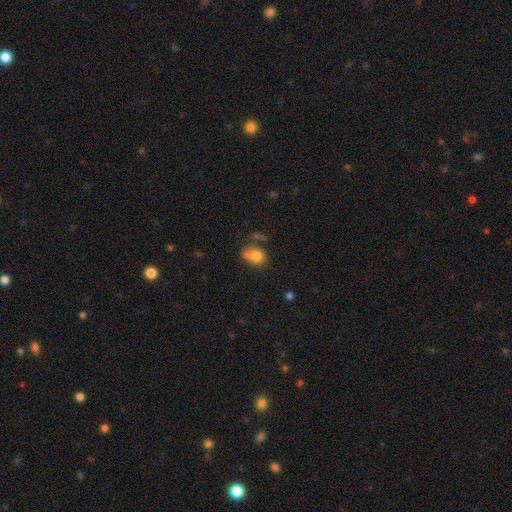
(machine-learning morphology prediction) Smooth or featured? Predicted: smooth (p=0.77). How rounded? Predicted: in between (p=0.64). Merging? Predicted: none (p=0.42).